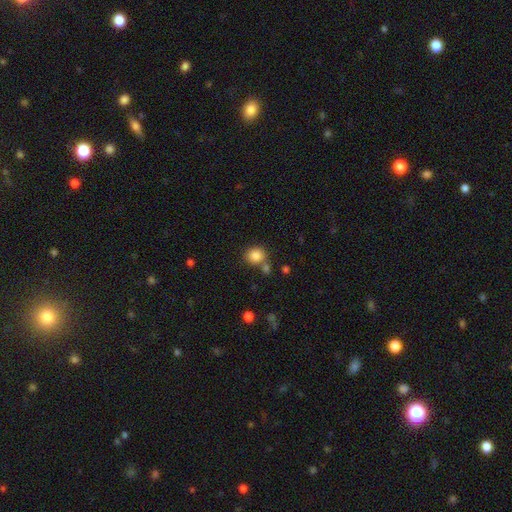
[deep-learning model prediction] Smooth or featured: smooth — 85% (star or artifact — 10%)
How rounded: round — 81% (in between — 18%)
Merging: none — 69% (merger — 16%)